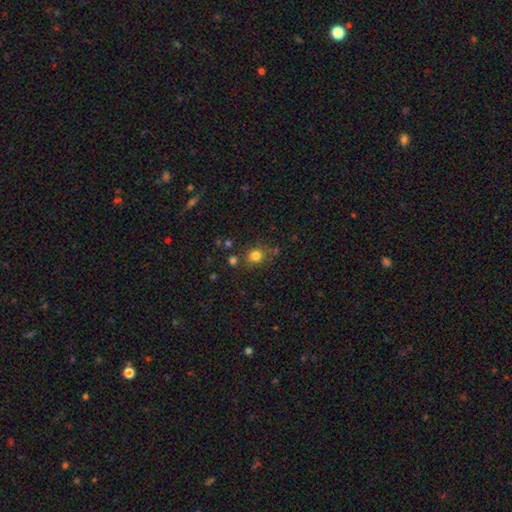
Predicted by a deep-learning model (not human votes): Smooth or featured: smooth — 80% (star or artifact — 14%)
How rounded: round — 78% (in between — 21%)
Merging: none — 75% (minor disturbance — 13%)